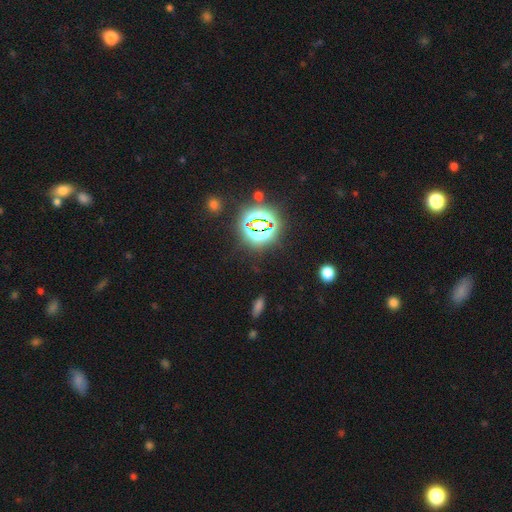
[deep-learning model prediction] A star or artifact, not a galaxy (78%).

Vote fractions:
- Smooth or featured? star or artifact: 78% / smooth: 14% / featured or disk: 7%